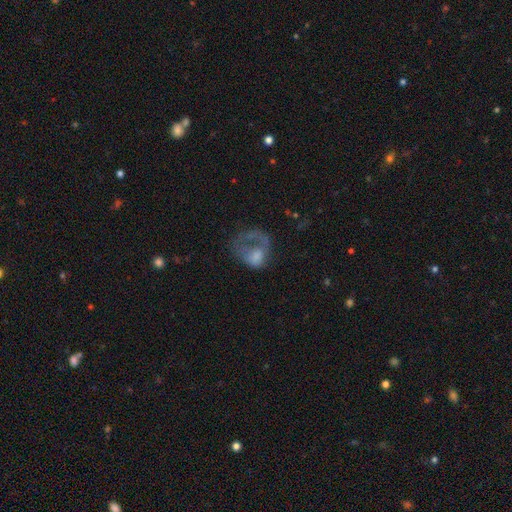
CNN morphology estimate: type=smooth (48%); merging=major disturbance (58%).